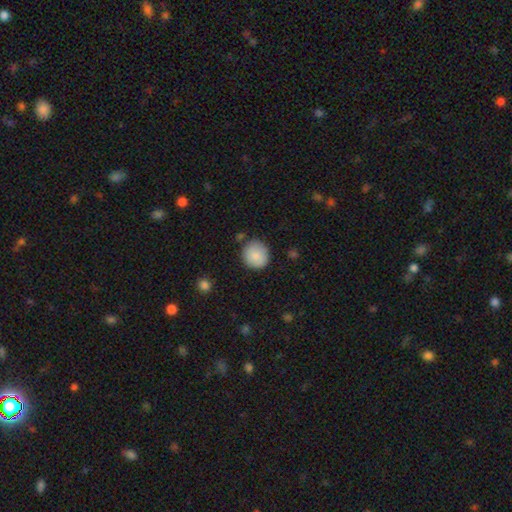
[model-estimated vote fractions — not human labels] smooth 87%, star or artifact 7%, featured or disk 6%. Down the decision tree: how rounded — round (91%); merging — none (83%).